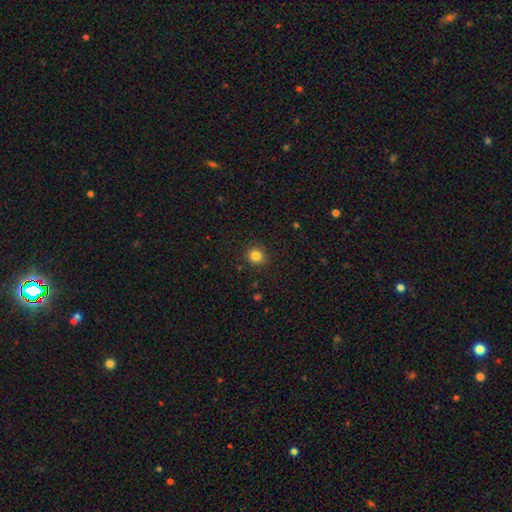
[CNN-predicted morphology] smooth 84%, star or artifact 12%, featured or disk 5%. Down the decision tree: how rounded — round (87%); merging — none (89%).